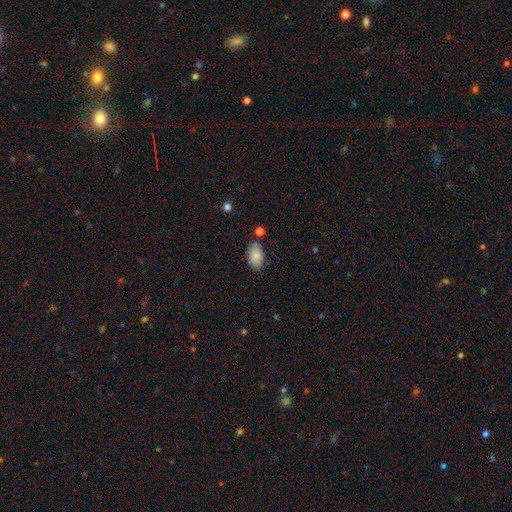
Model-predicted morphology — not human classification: This appears to be a smooth galaxy with no disk features (86%) that is in between round and cigar-shaped (94%). Merging: none (74%).